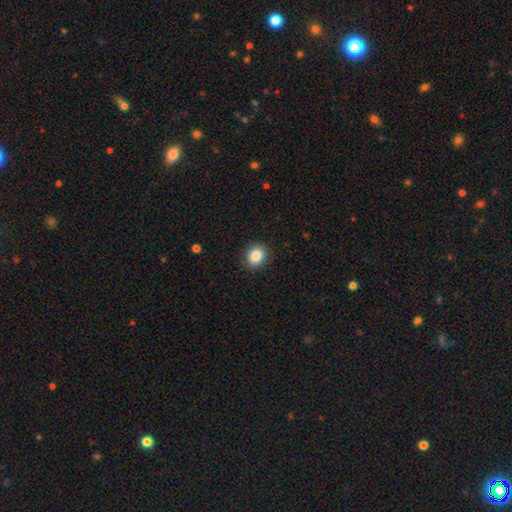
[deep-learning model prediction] smooth 86%, star or artifact 9%, featured or disk 5%. Down the decision tree: how rounded — round (69%); merging — none (88%).